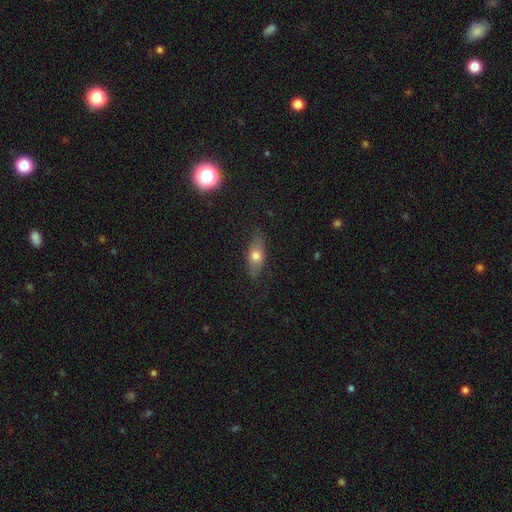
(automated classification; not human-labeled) smooth_or_featured: smooth (p=0.64) [alt: featured or disk p=0.28]
how_rounded: in between (p=0.73) [alt: cigar-shaped p=0.20]
merging: none (p=0.81) [alt: minor disturbance p=0.15]